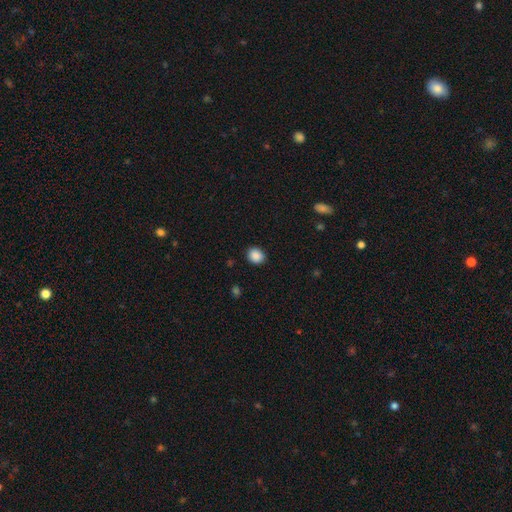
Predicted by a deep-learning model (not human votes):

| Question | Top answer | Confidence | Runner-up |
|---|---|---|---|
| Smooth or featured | smooth | 88% | star or artifact (9%) |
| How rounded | round | 69% | in between (30%) |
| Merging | none | 89% | minor disturbance (7%) |